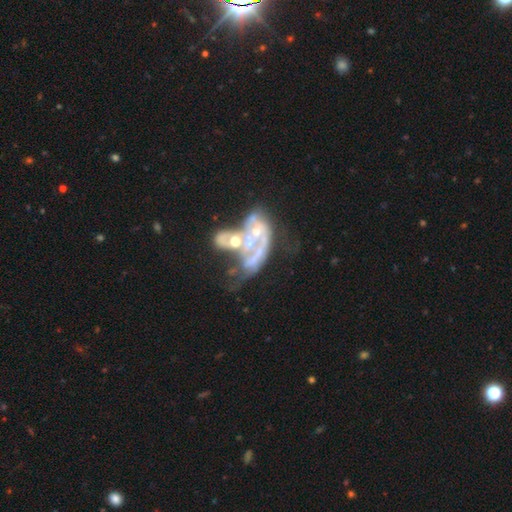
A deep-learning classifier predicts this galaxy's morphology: type=featured or disk (71%); edge-on=no (97%); bar=no (86%); spiral arms=no (75%); bulge=moderate (37%); merging=merger (63%).